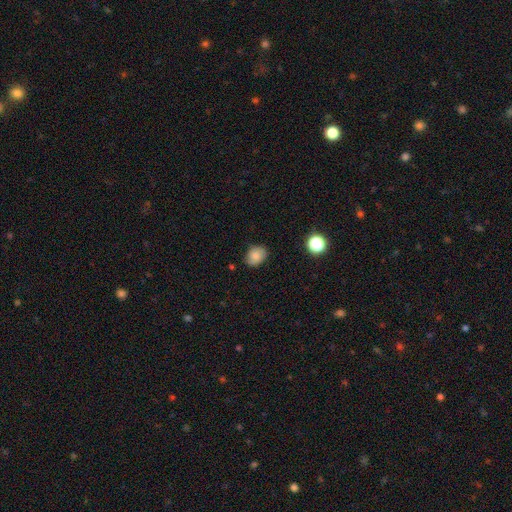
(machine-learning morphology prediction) This appears to be a smooth galaxy with no disk features (79%) that is in between round and cigar-shaped (57%). Merging: none (79%).